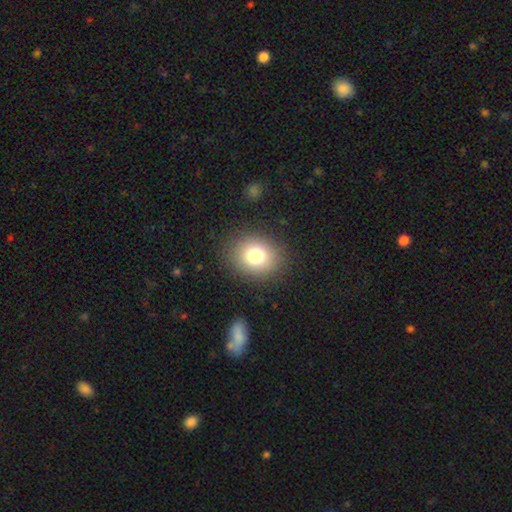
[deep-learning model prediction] Smooth or featured?
  - smooth: 78% *
  - star or artifact: 12%
  - featured or disk: 10%
How rounded?
  - round: 63% *
  - in between: 36%
  - cigar-shaped: 1%
Merging?
  - none: 87% *
  - minor disturbance: 8%
  - major disturbance: 4%
  - merger: 1%